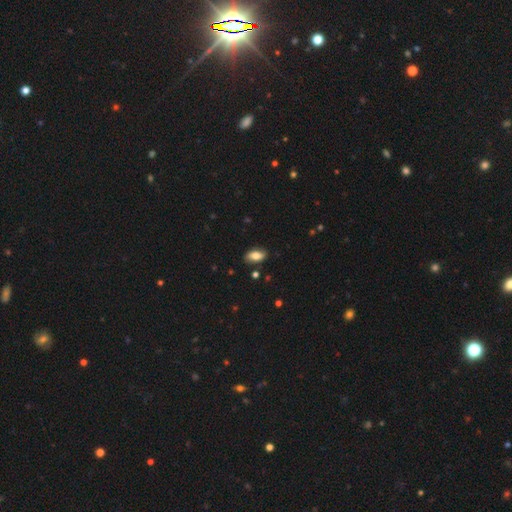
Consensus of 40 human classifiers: Smooth or featured? smooth (75%)
How rounded? in between (100%)
Merging? none (95%)